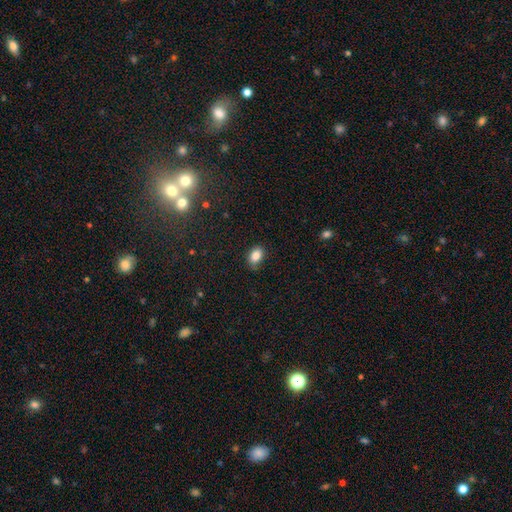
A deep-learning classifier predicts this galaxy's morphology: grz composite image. It shows a smooth galaxy with no disk features (85%) that is in between round and cigar-shaped (83%). Merging: none (81%).